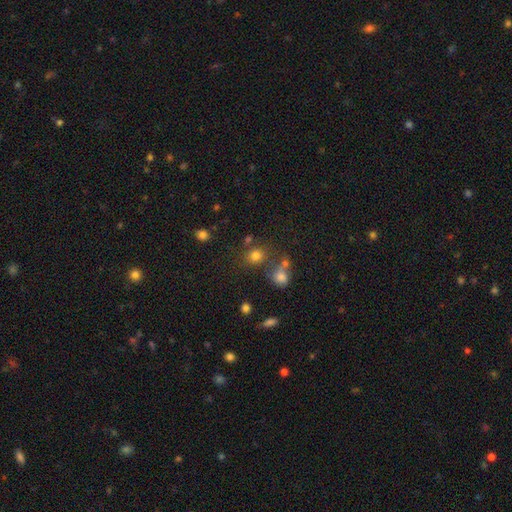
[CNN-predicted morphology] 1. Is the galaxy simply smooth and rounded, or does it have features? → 76% smooth, 16% star or artifact, 7% featured or disk.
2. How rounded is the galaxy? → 77% round, 22% in between, 1% cigar-shaped.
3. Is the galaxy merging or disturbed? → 68% none, 16% merger, 11% minor disturbance, 5% major disturbance.